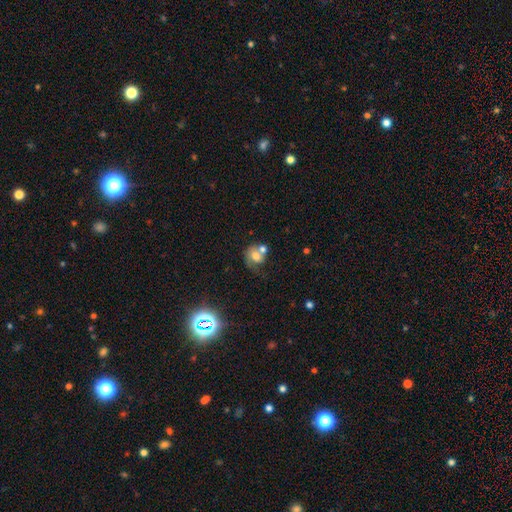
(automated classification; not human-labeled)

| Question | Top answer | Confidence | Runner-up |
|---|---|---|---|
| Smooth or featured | smooth | 52% | featured or disk (35%) |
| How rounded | round | 59% | in between (40%) |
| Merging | merger | 43% | none (29%) |